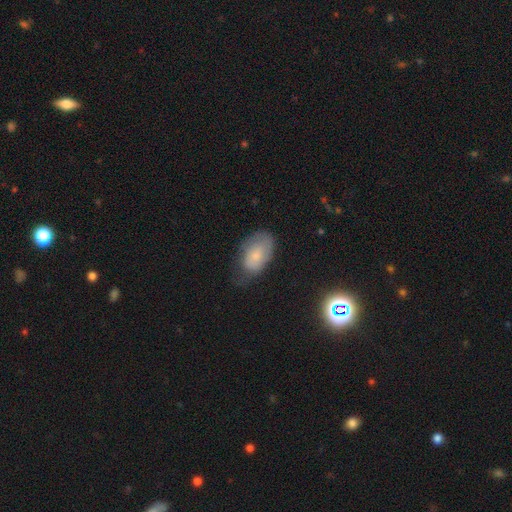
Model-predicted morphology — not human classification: A smooth galaxy with no disk features (66%) that is in between round and cigar-shaped (90%). Merging: none (48%).